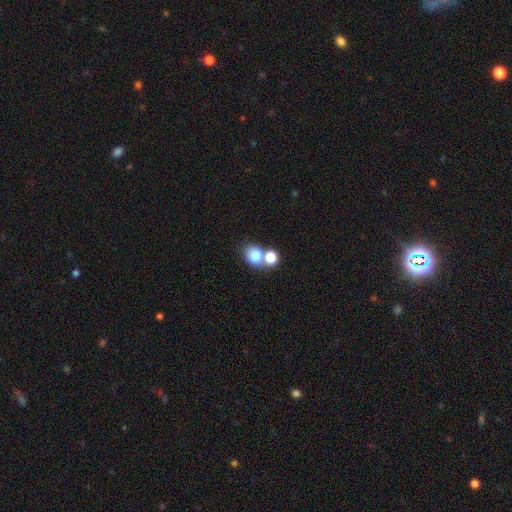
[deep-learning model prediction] smooth-or-featured: smooth: 80% | star or artifact: 12% | featured or disk: 9%
  how-rounded: round: 56% | in between: 43% | cigar-shaped: 1%
  merging: merger: 49% | none: 39% | minor disturbance: 8% | major disturbance: 4%